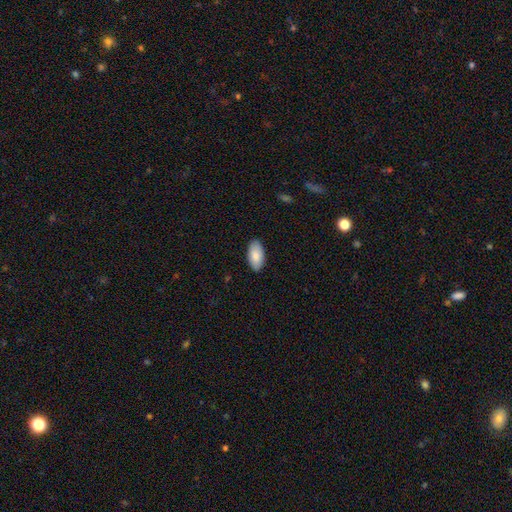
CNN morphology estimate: smooth 87%, featured or disk 8%, star or artifact 6%. Down the decision tree: how rounded — in between (95%); merging — none (88%).